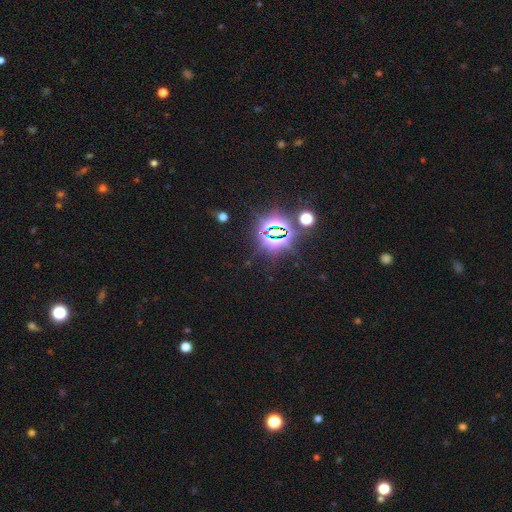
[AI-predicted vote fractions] Q: Smooth or featured?
A: star or artifact (83%); runner-up: smooth (10%)